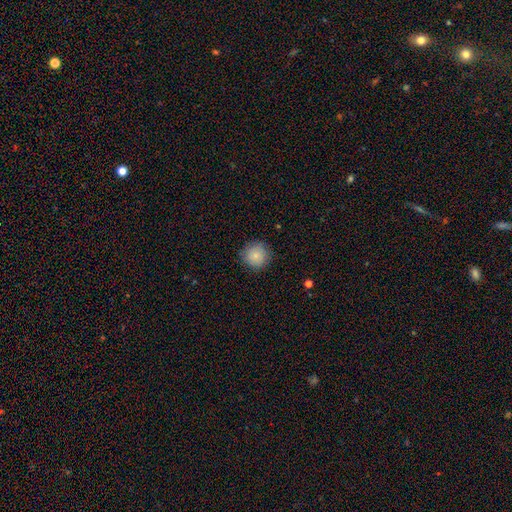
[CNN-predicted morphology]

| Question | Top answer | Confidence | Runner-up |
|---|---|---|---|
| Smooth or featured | smooth | 82% | featured or disk (10%) |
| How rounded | round | 94% | in between (5%) |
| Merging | none | 85% | minor disturbance (11%) |